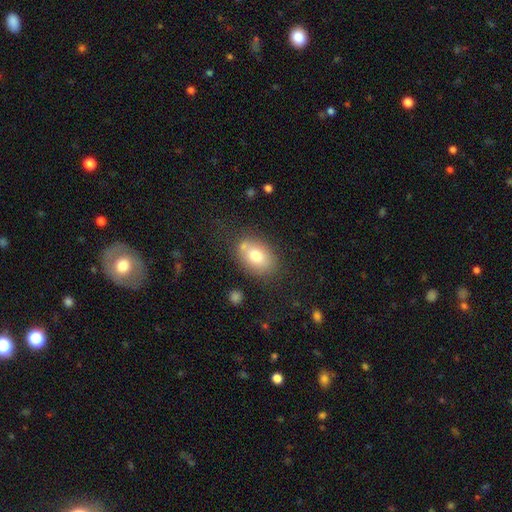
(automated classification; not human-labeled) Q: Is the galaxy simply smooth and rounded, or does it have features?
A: smooth — 75%.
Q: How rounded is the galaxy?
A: in between — 80%.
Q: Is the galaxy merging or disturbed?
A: none — 67%.